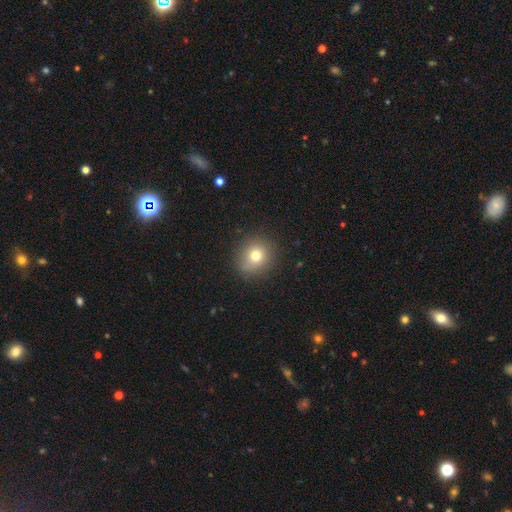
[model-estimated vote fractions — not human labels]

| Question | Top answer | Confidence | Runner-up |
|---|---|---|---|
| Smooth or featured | smooth | 75% | star or artifact (14%) |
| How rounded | round | 83% | in between (16%) |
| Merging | none | 86% | minor disturbance (10%) |